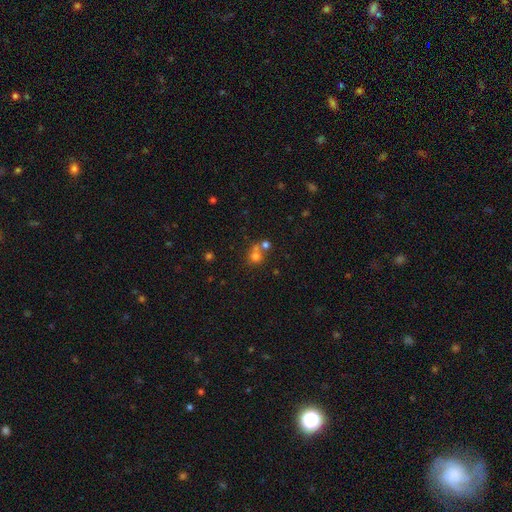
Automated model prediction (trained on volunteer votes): Overall: smooth (68%). How rounded: round (84%). Merging: none (46%; merger 42%).